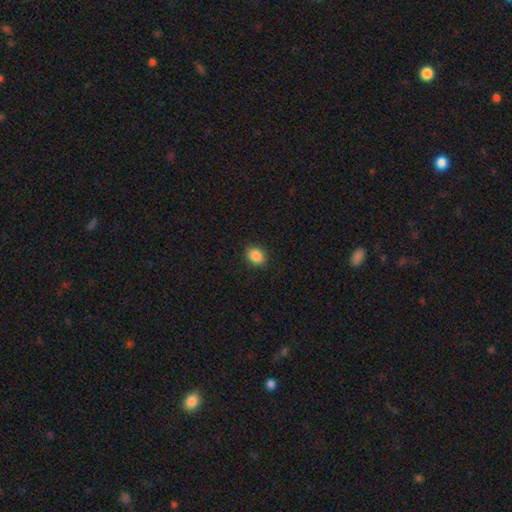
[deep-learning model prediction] Smooth or featured: smooth — 87% (star or artifact — 9%)
How rounded: in between — 65% (round — 34%)
Merging: none — 89% (minor disturbance — 8%)